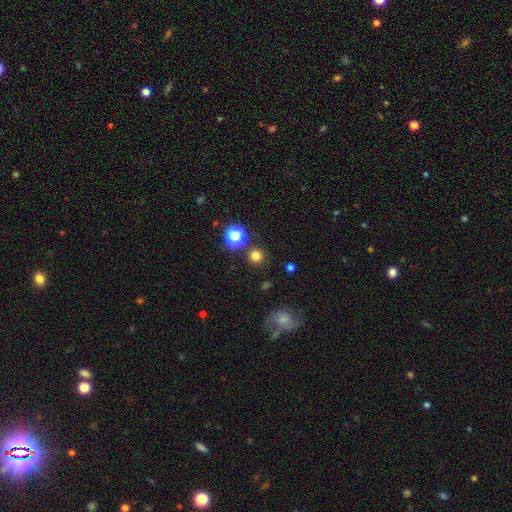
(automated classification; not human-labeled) Smooth or featured? smooth (77%)
How rounded? round (95%)
Merging? none (86%)